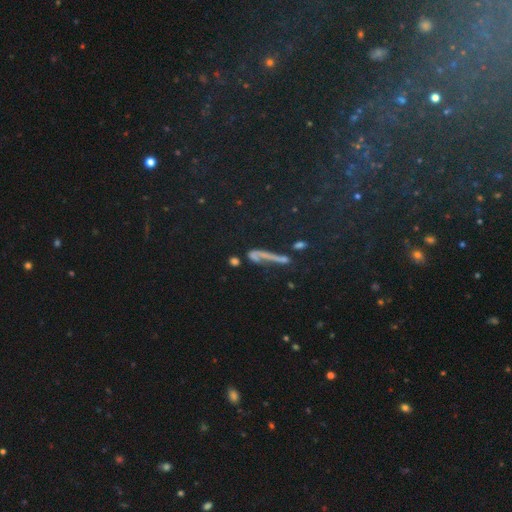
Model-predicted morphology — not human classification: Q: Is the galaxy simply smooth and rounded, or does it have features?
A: star or artifact — 66%.